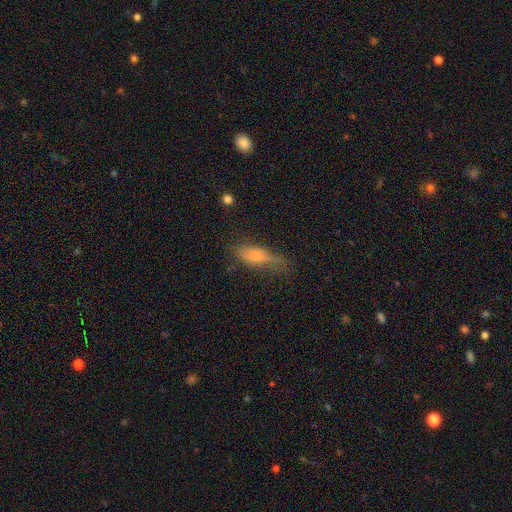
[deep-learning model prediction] Morphology: type=smooth (57%); roundness=cigar-shaped (50%); merging=none (51%).